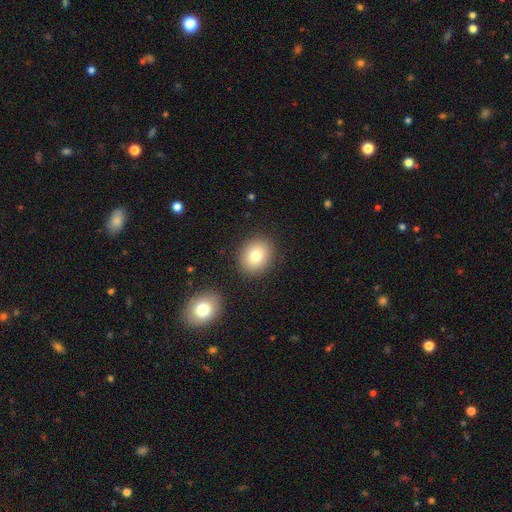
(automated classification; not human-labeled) Smooth or featured: smooth — 79% (featured or disk — 11%)
How rounded: round — 62% (in between — 37%)
Merging: none — 87% (minor disturbance — 8%)